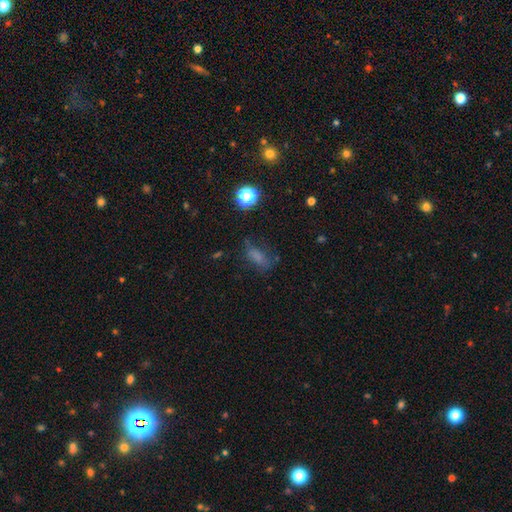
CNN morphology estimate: smooth 54%, star or artifact 28%, featured or disk 18%. Down the decision tree: how rounded — in between (71%); merging — none (59%).